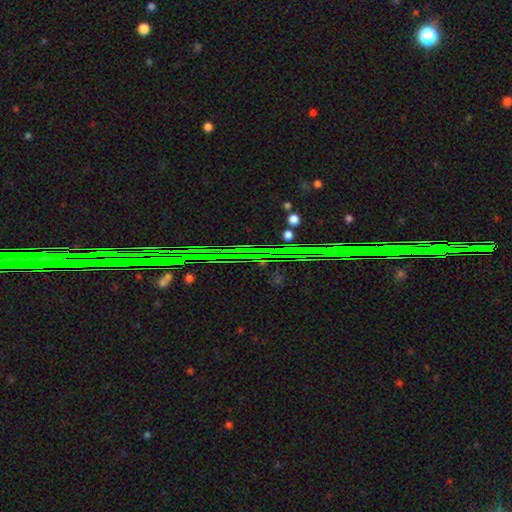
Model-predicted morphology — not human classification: Q: Smooth or featured?
A: star or artifact (87%); runner-up: featured or disk (7%)